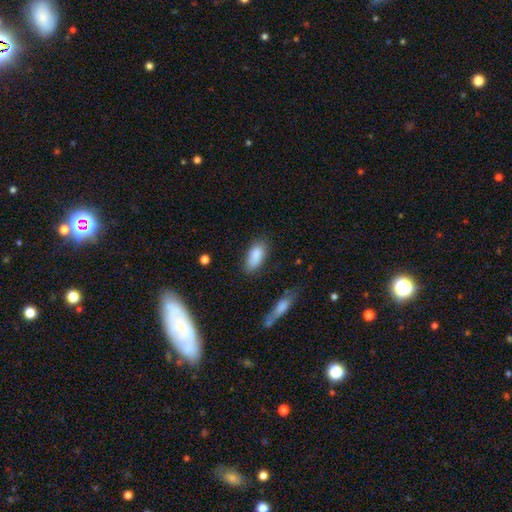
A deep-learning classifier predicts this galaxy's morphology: Q: Smooth or featured?
A: smooth (87%); runner-up: star or artifact (7%)
Q: How rounded?
A: in between (89%); runner-up: cigar-shaped (8%)
Q: Merging?
A: none (73%); runner-up: minor disturbance (19%)